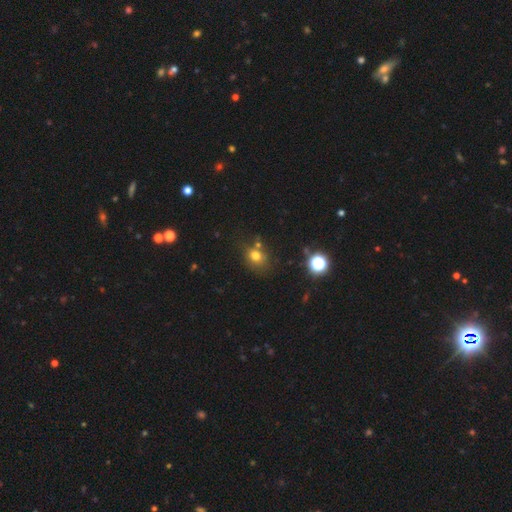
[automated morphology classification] Smooth or featured? Predicted: smooth (p=0.73). How rounded? Predicted: round (p=0.59). Merging? Predicted: none (p=0.65).